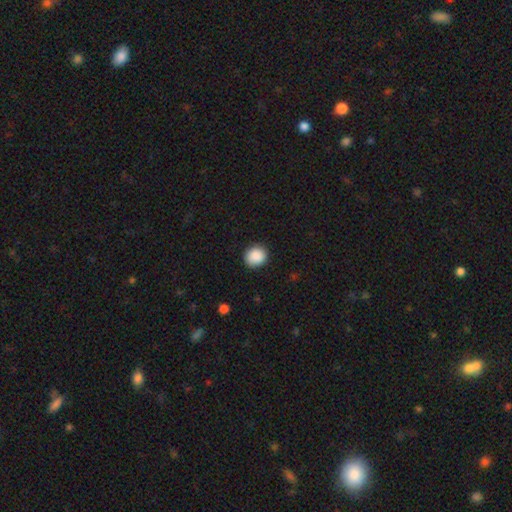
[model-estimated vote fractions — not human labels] Smooth or featured: smooth — 89% (star or artifact — 8%)
How rounded: round — 79% (in between — 20%)
Merging: none — 88% (minor disturbance — 8%)